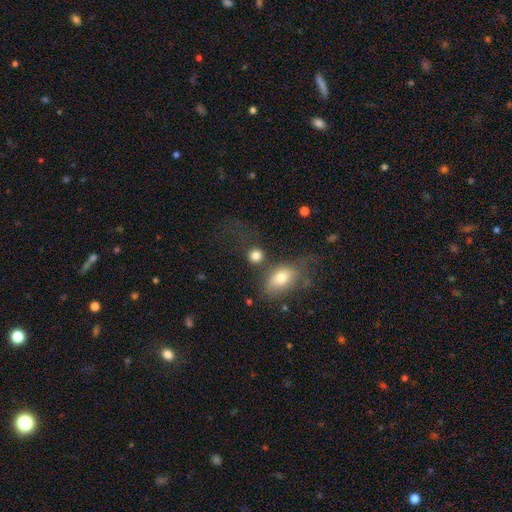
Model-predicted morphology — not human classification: type=smooth (82%); roundness=round (78%); merging=none (57%).